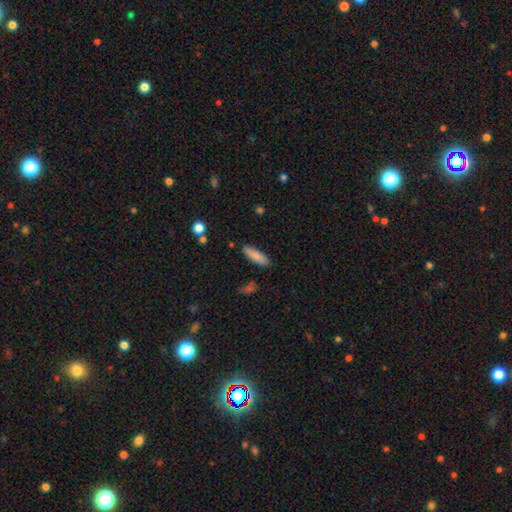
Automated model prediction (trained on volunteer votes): A smooth galaxy with no disk features (85%) that is cigar-shaped (54%).

Vote fractions:
- Smooth or featured? smooth: 85% / featured or disk: 8% / star or artifact: 6%
- How rounded? cigar-shaped: 54% / in between: 44% / round: 2%
- Merging? none: 86% / minor disturbance: 10% / merger: 2% / major disturbance: 2%